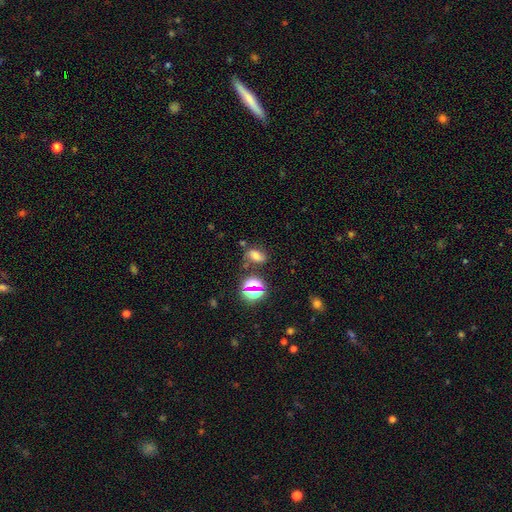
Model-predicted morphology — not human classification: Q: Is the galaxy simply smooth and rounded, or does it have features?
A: smooth — 53%.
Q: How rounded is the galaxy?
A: in between — 77%.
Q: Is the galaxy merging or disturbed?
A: none — 64%.